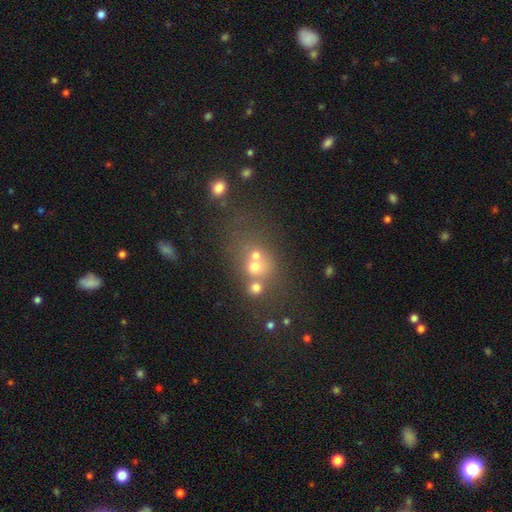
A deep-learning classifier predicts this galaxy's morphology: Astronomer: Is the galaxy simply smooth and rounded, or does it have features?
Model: smooth — 59%.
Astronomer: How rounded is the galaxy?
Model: round — 71%.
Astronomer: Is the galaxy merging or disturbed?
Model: merger — 48% (runner-up: none, 37%).